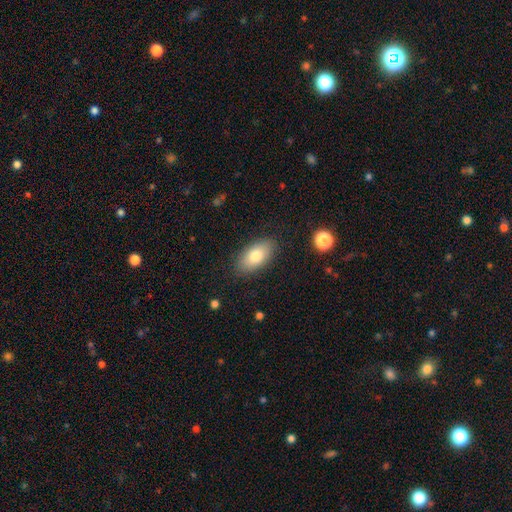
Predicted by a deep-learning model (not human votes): Smooth or featured? Predicted: smooth (p=0.78). How rounded? Predicted: in between (p=0.93). Merging? Predicted: none (p=0.85).